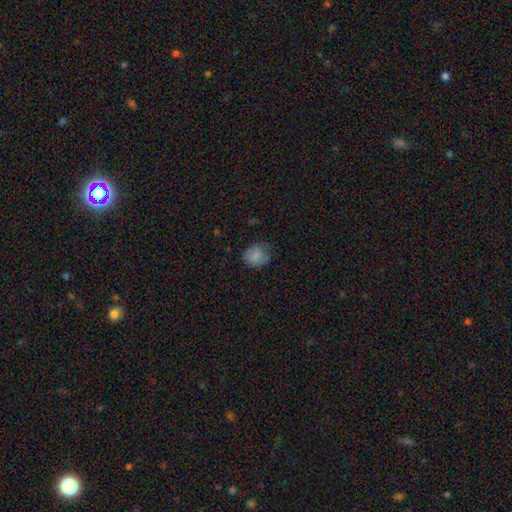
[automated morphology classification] Q: Smooth or featured?
A: smooth (81%); runner-up: star or artifact (10%)
Q: How rounded?
A: round (65%); runner-up: in between (34%)
Q: Merging?
A: none (70%); runner-up: minor disturbance (22%)